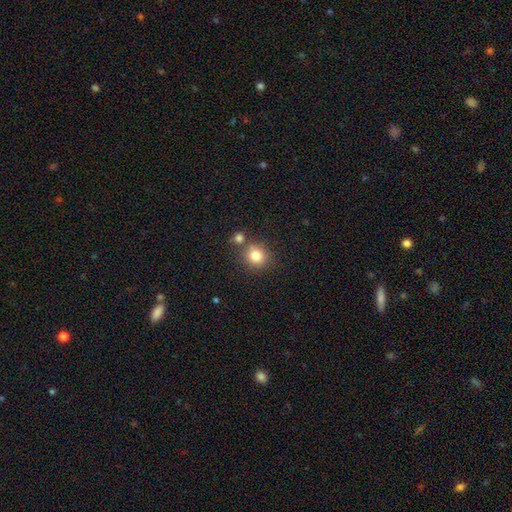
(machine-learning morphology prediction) This is clearly a smooth galaxy (80%). How rounded: clearly round (86%). Merging: likely none (67%).